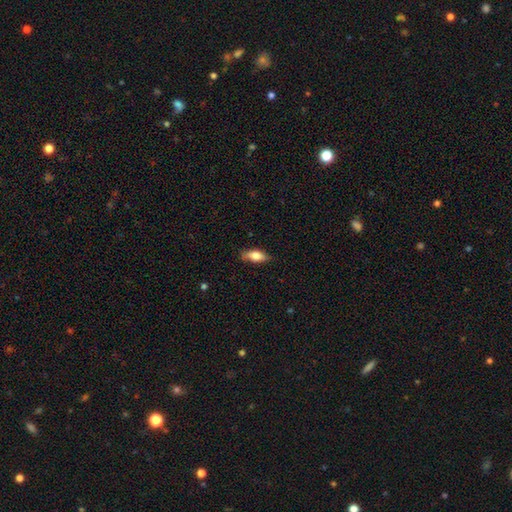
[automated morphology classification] Smooth or featured: smooth — 75% (featured or disk — 18%)
How rounded: in between — 78% (cigar-shaped — 19%)
Merging: none — 78% (minor disturbance — 17%)